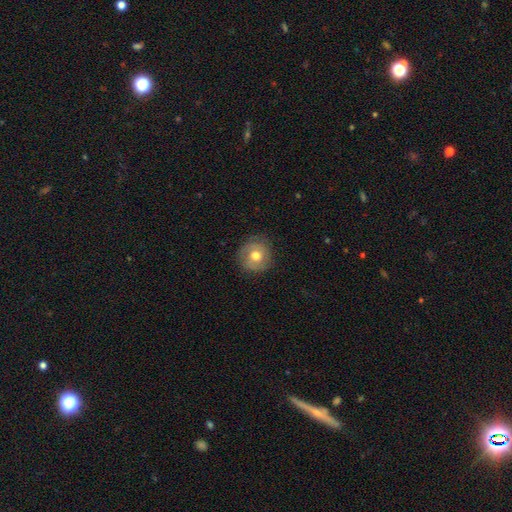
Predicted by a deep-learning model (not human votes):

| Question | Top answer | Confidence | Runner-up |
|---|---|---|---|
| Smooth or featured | smooth | 60% | featured or disk (32%) |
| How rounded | round | 87% | in between (12%) |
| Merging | none | 79% | minor disturbance (15%) |